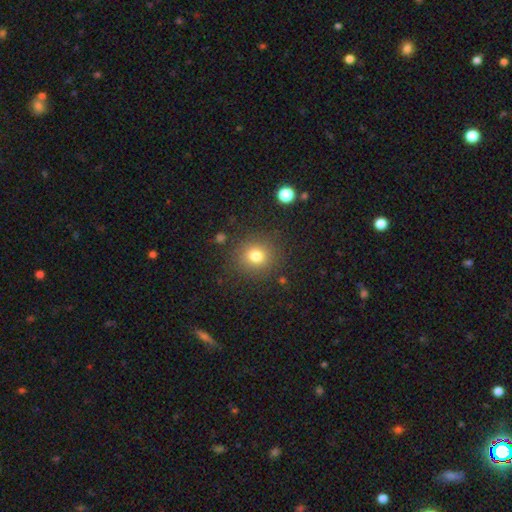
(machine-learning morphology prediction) This is likely a smooth galaxy (78%). How rounded: clearly round (86%). Merging: clearly none (86%).